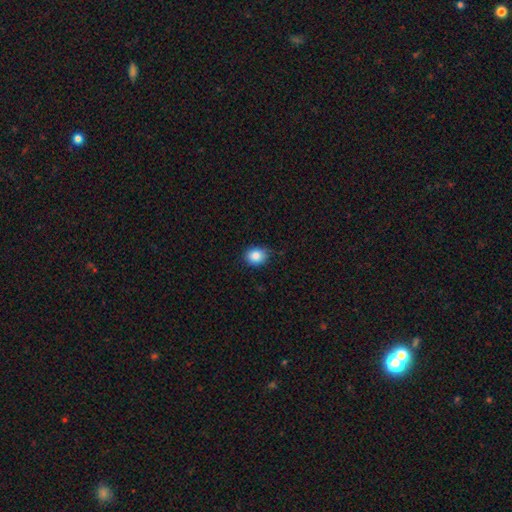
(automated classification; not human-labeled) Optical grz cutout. It shows a smooth galaxy with no disk features (86%) that is round (58%). Merging: none (82%).